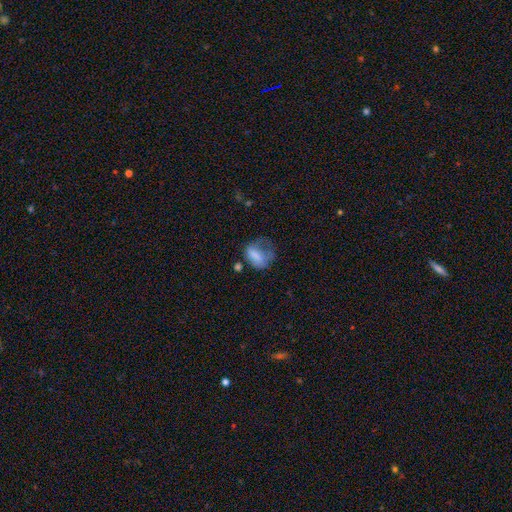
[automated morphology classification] Smooth or featured? smooth (69%)
How rounded? in between (64%)
Merging? major disturbance (44%)